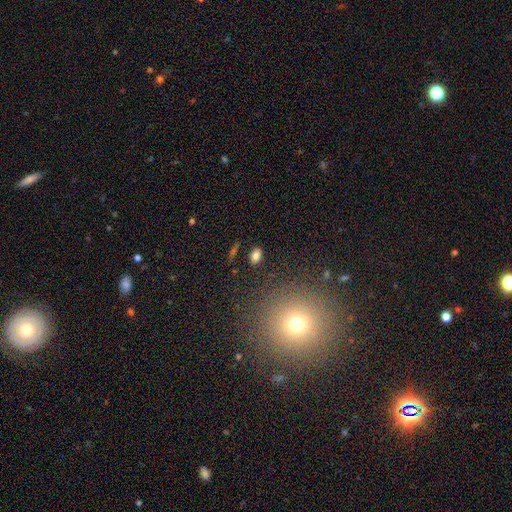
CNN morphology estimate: Q: Smooth or featured?
A: smooth (81%); runner-up: star or artifact (12%)
Q: How rounded?
A: in between (85%); runner-up: round (12%)
Q: Merging?
A: none (85%); runner-up: minor disturbance (9%)